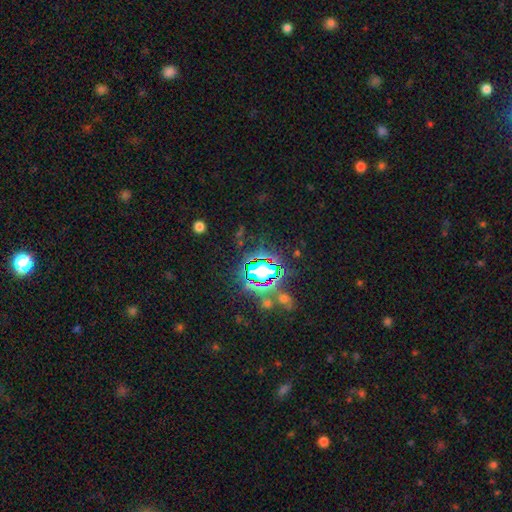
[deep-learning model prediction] A star or artifact, not a galaxy (80%).

Vote fractions:
- Smooth or featured? star or artifact: 80% / smooth: 12% / featured or disk: 8%